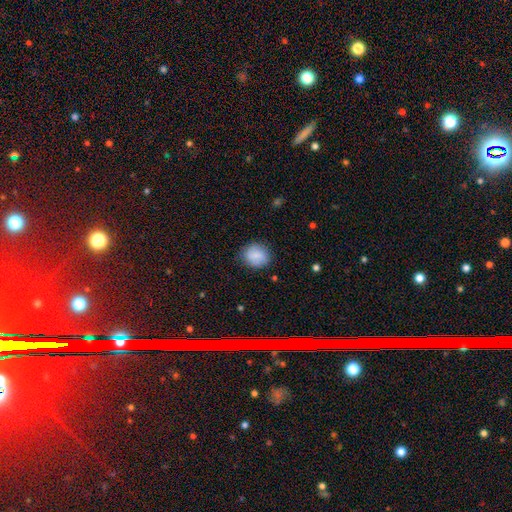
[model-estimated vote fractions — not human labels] Q: Smooth or featured?
A: smooth (76%); runner-up: featured or disk (17%)
Q: How rounded?
A: round (69%); runner-up: in between (30%)
Q: Merging?
A: none (80%); runner-up: minor disturbance (14%)